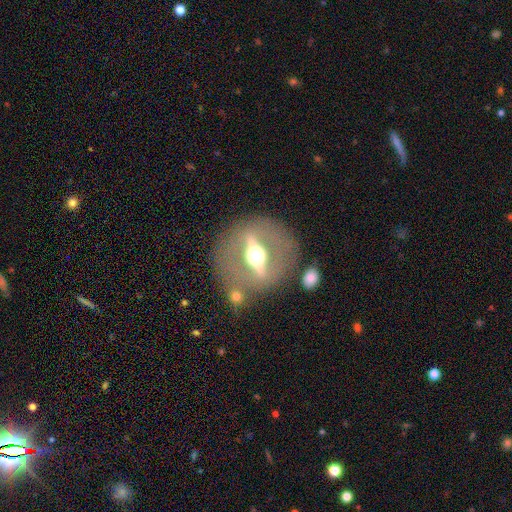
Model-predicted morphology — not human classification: Smooth or featured?
  - featured or disk: 80% *
  - smooth: 14%
  - star or artifact: 6%
Edge-on disk?
  - yes: 50% * (tied)
  - no: 50% * (tied)
Merging?
  - none: 73% *
  - minor disturbance: 10%
  - merger: 10%
  - major disturbance: 7%